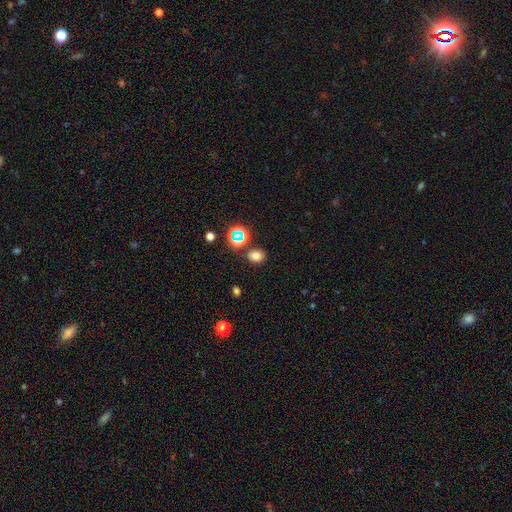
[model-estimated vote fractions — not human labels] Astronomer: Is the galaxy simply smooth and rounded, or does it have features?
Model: smooth — 74%.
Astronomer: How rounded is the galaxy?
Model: in between — 54% (runner-up: round, 45%).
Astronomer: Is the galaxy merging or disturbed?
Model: none — 80%.